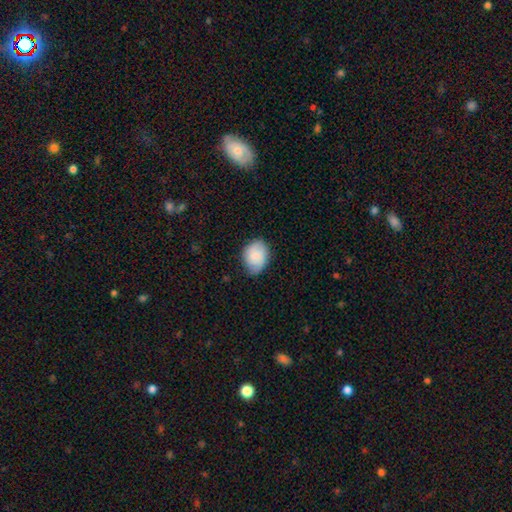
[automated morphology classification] smooth-or-featured: smooth: 81% | featured or disk: 12% | star or artifact: 7%
  how-rounded: in between: 67% | round: 32% | cigar-shaped: 1%
  merging: none: 70% | minor disturbance: 25% | major disturbance: 4% | merger: 1%